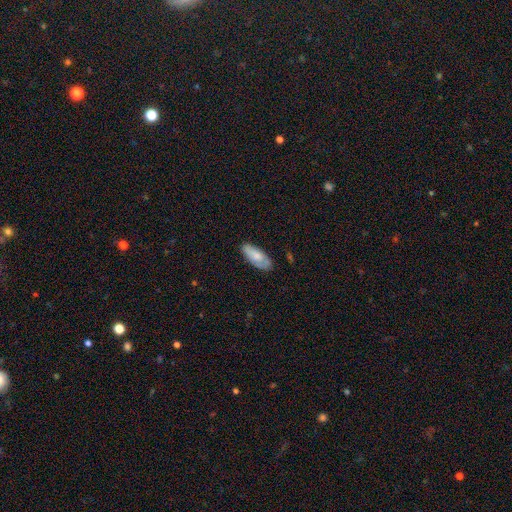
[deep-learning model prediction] Q: Smooth or featured?
A: smooth (66%); runner-up: featured or disk (28%)
Q: How rounded?
A: in between (84%); runner-up: cigar-shaped (14%)
Q: Merging?
A: none (76%); runner-up: minor disturbance (19%)